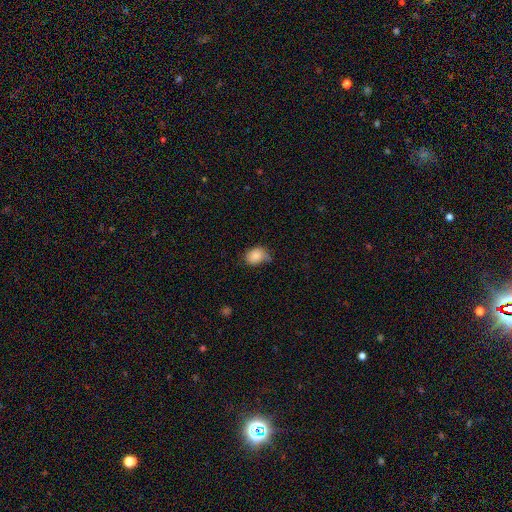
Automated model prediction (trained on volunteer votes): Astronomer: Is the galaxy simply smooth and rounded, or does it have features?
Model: smooth — 84%.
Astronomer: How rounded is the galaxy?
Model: in between — 66%.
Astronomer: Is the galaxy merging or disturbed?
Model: none — 49% (runner-up: minor disturbance, 39%).